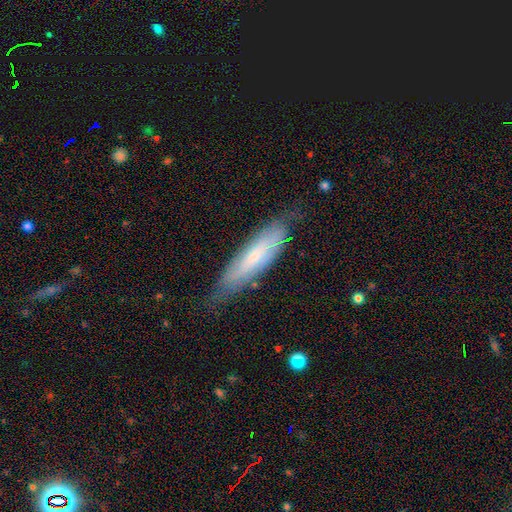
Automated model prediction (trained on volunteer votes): smooth-or-featured: smooth: 48% | featured or disk: 45% | star or artifact: 7%
  merging: none: 70% | minor disturbance: 23% | major disturbance: 6% | merger: 1%